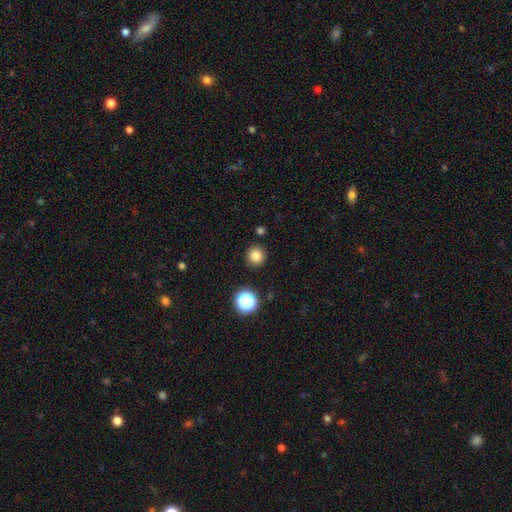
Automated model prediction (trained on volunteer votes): This appears to be a smooth galaxy with no disk features (81%) that is round (92%). Merging: none (89%).